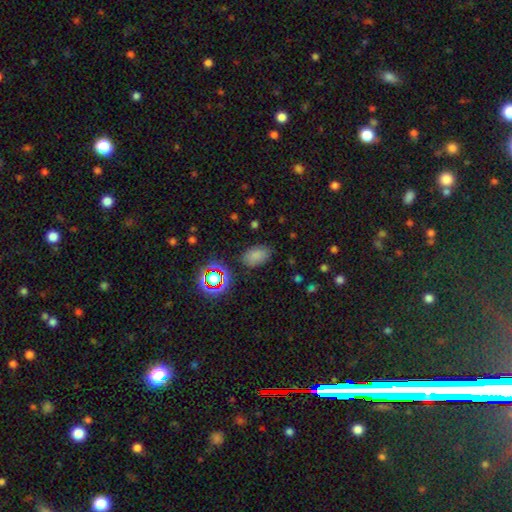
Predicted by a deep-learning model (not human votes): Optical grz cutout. It shows a smooth galaxy with no disk features (74%) that is in between round and cigar-shaped (89%). Merging: none (80%).